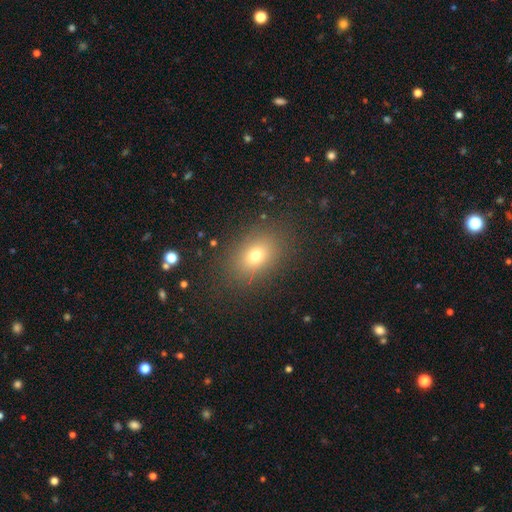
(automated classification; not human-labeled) smooth 73%, star or artifact 15%, featured or disk 12%. Down the decision tree: how rounded — in between (70%); merging — none (85%).